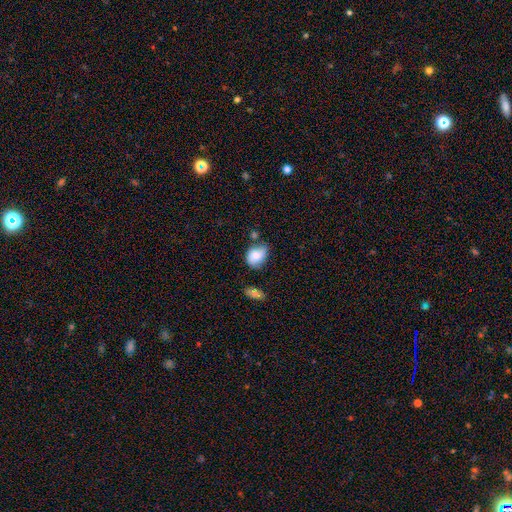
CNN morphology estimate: Overall: smooth (78%). How rounded: in between (64%; round 34%). Merging: none (44%; minor disturbance 35%).